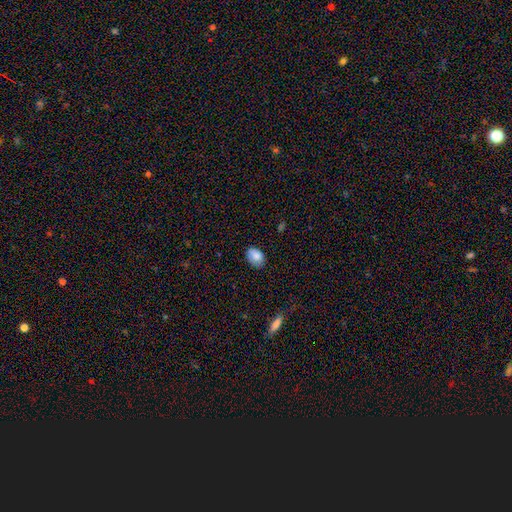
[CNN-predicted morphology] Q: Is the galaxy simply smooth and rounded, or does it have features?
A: smooth — 84%.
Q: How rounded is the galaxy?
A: in between — 86%.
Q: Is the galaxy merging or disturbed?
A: none — 77%.